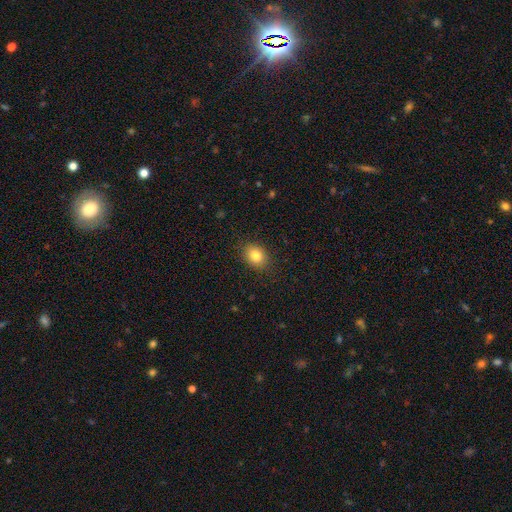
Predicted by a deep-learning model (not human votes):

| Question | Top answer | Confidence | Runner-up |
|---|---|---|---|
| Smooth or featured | smooth | 83% | star or artifact (10%) |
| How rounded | in between | 60% | round (39%) |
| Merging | none | 87% | minor disturbance (9%) |